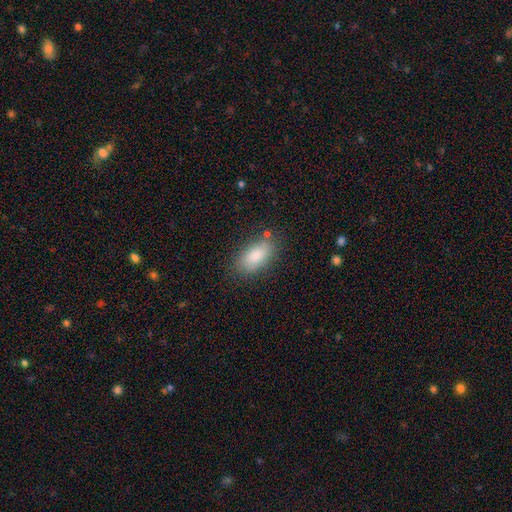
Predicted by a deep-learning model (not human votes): Overall: smooth (85%). How rounded: in between (90%). Merging: none (77%).